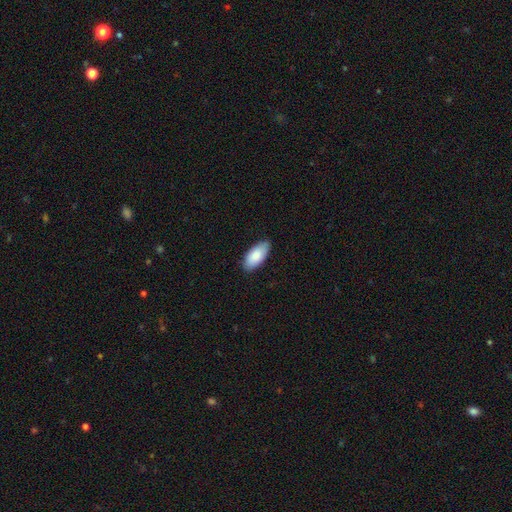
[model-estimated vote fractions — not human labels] Smooth or featured?
  - smooth: 85% *
  - featured or disk: 9%
  - star or artifact: 5%
How rounded?
  - in between: 93% *
  - cigar-shaped: 5%
  - round: 2%
Merging?
  - none: 85% *
  - minor disturbance: 12%
  - major disturbance: 2%
  - merger: 1%